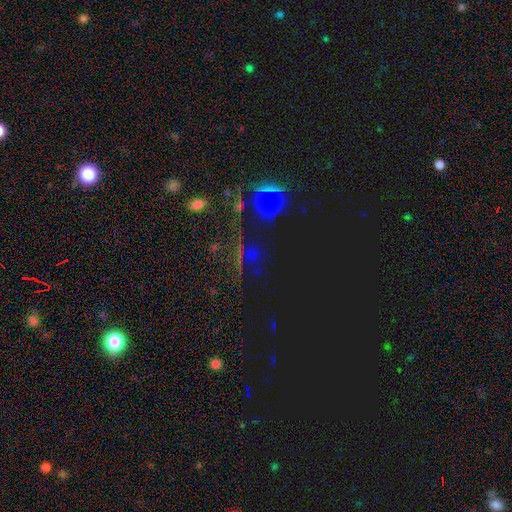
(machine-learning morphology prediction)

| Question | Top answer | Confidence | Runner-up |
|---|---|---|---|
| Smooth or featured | star or artifact | 69% | smooth (21%) |